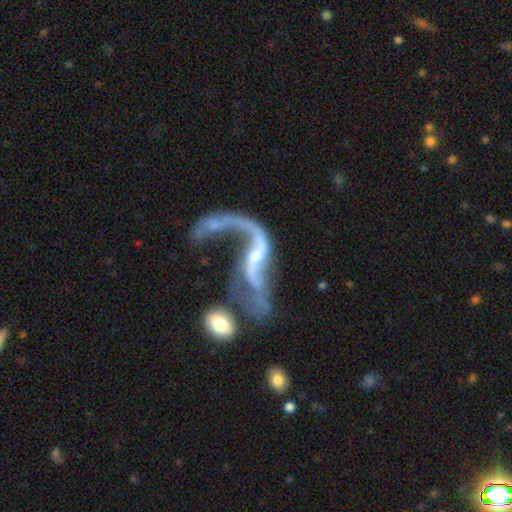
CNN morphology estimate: type=featured or disk (84%); edge-on=no (92%); bar=no (48%); spiral arms=yes (84%); winding=loose (91%); arm count=2 (75%); bulge=small (63%); merging=major disturbance (33%).